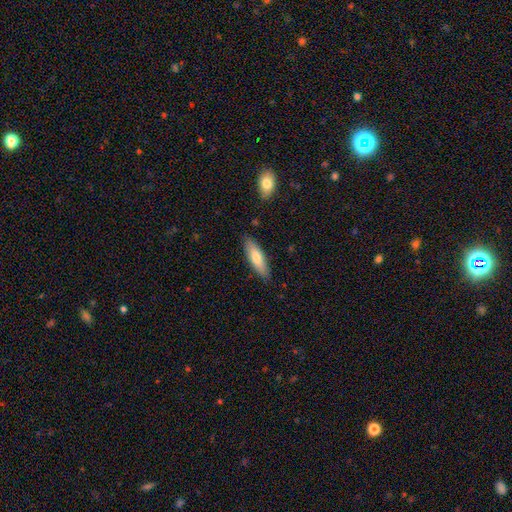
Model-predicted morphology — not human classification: The model was most divided on "how rounded": cigar-shaped: 52%, in between: 47%, round: 2%. More confident: merging — none (85%); smooth or featured — smooth (75%).